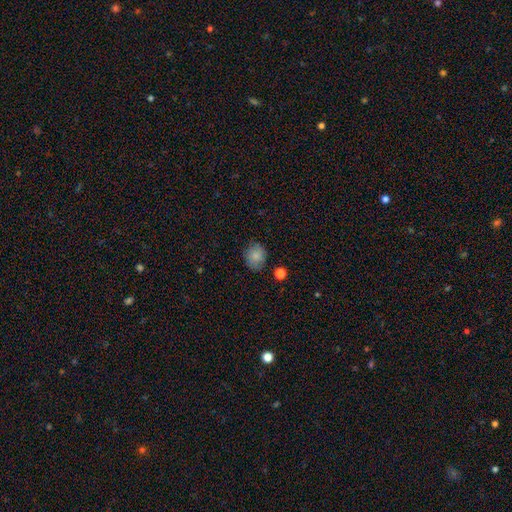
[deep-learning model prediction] smooth 84%, star or artifact 9%, featured or disk 7%. Down the decision tree: how rounded — round (68%); merging — none (80%).